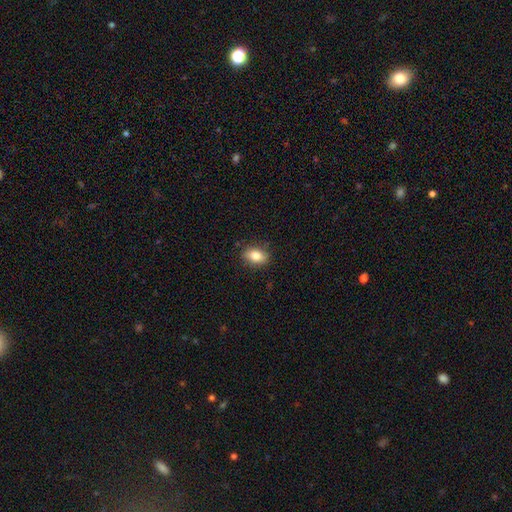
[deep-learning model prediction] A smooth galaxy with no disk features (83%) that is in between round and cigar-shaped (81%).

Vote fractions:
- Smooth or featured? smooth: 83% / featured or disk: 9% / star or artifact: 8%
- How rounded? in between: 81% / round: 16% / cigar-shaped: 2%
- Merging? none: 85% / minor disturbance: 12% / major disturbance: 2% / merger: 1%